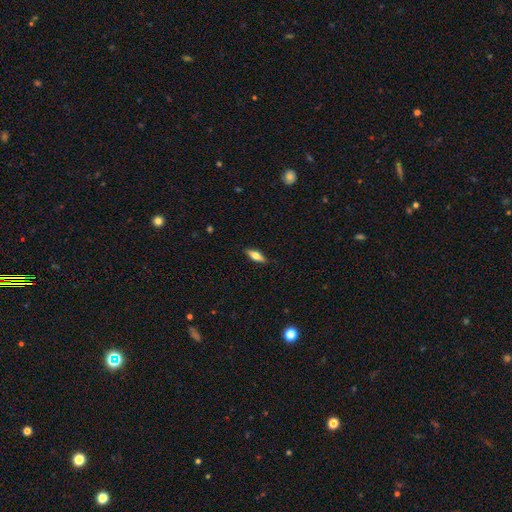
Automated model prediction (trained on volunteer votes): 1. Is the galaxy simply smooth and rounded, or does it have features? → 54% smooth, 39% featured or disk, 7% star or artifact.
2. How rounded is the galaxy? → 55% in between, 42% cigar-shaped, 3% round.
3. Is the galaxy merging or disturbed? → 87% none, 10% minor disturbance, 2% major disturbance, 1% merger.